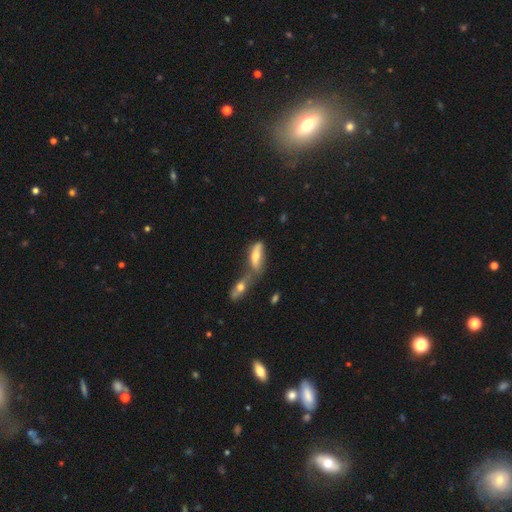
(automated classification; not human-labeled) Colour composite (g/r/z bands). It shows a smooth galaxy with no disk features (57%) that is in between round and cigar-shaped (62%). Merging: merger (57%).